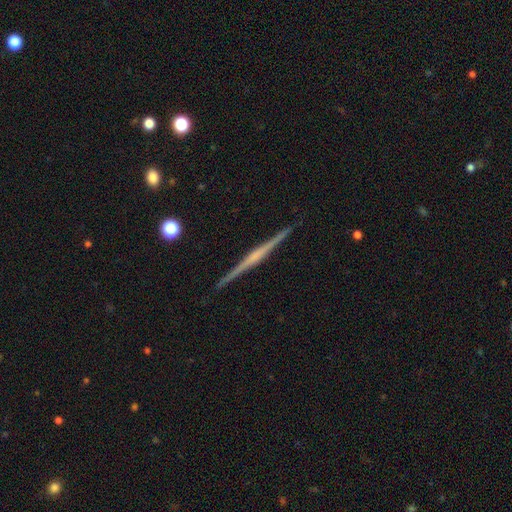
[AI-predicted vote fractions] Morphology: type=featured or disk (80%); edge-on=yes (99%); edge-on bulge=rounded (47%); merging=none (93%).